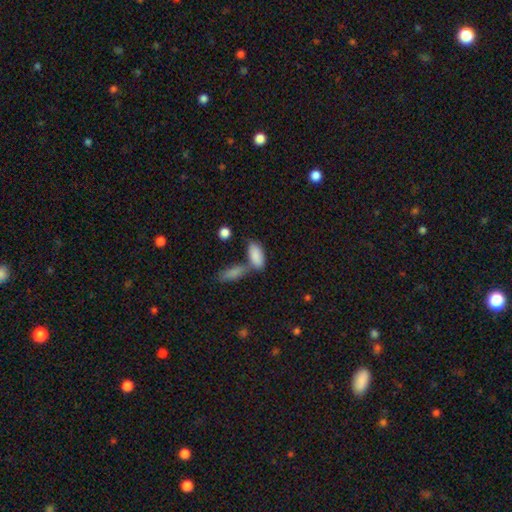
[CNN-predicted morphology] A smooth galaxy with no disk features (86%) that is in between round and cigar-shaped (85%). Merging: none (46%).